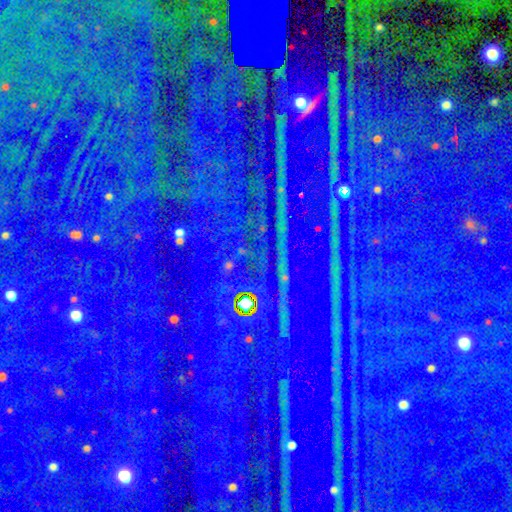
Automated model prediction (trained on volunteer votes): This appears to be a star or artifact, not a galaxy (84%).